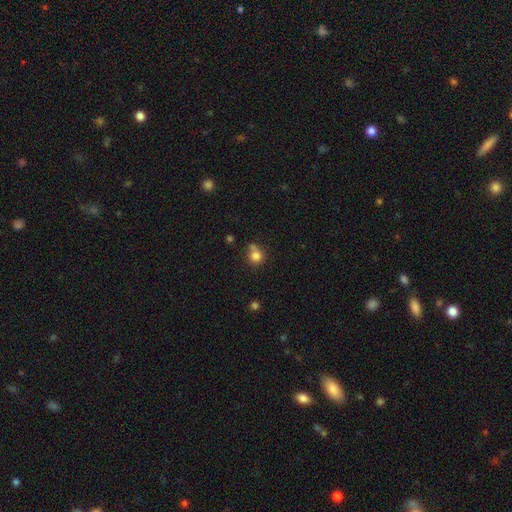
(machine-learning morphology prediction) Smooth or featured: smooth — 80% (star or artifact — 12%)
How rounded: round — 88% (in between — 11%)
Merging: none — 56% (merger — 27%)